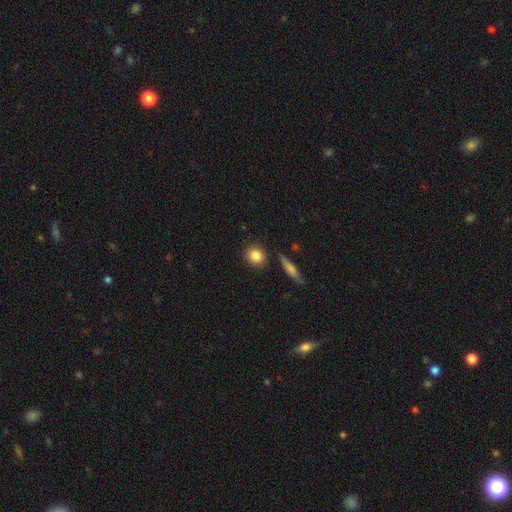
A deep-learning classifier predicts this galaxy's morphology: A smooth galaxy with no disk features (85%) that is round (73%).

Vote fractions:
- Smooth or featured? smooth: 85% / star or artifact: 8% / featured or disk: 7%
- How rounded? round: 73% / in between: 24% / cigar-shaped: 3%
- Merging? none: 83% / minor disturbance: 10% / merger: 5% / major disturbance: 3%